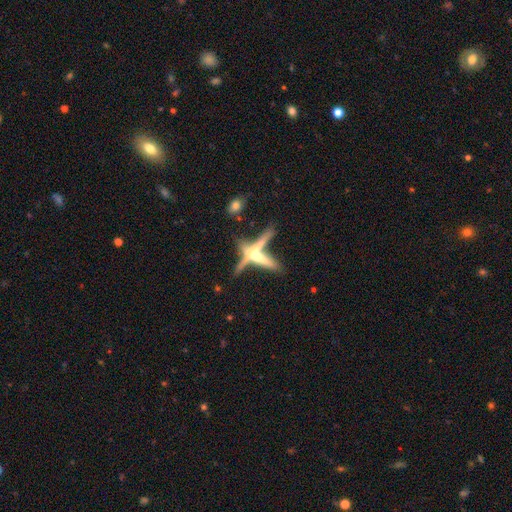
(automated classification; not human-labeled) smooth-or-featured: featured or disk: 59% | smooth: 31% | star or artifact: 10%
  disk-edge-on: yes: 86% | no: 14%
    edge-on-bulge: rounded: 60% | none: 31% | boxy: 9%
  merging: merger: 44% | none: 37% | minor disturbance: 11% | major disturbance: 8%